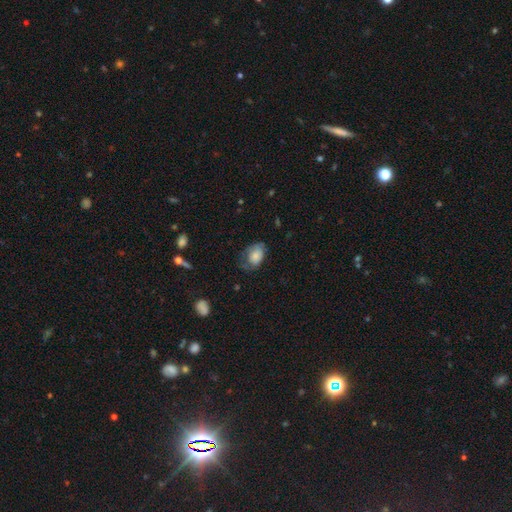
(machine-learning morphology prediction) Smooth or featured? Predicted: smooth (p=0.73). How rounded? Predicted: in between (p=0.81). Merging? Predicted: none (p=0.42).